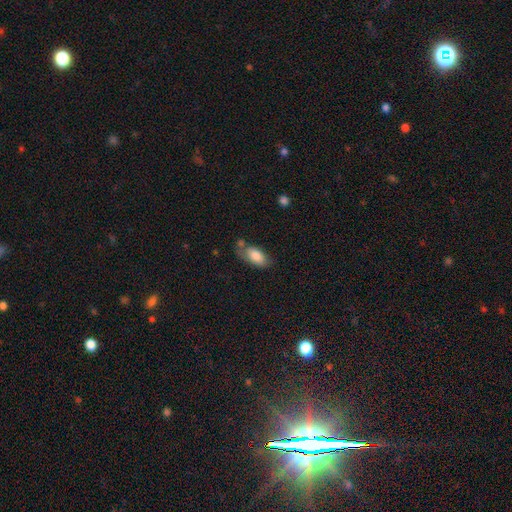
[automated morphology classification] Q: Smooth or featured?
A: smooth (80%); runner-up: featured or disk (13%)
Q: How rounded?
A: in between (91%); runner-up: cigar-shaped (6%)
Q: Merging?
A: none (51%); runner-up: minor disturbance (26%)